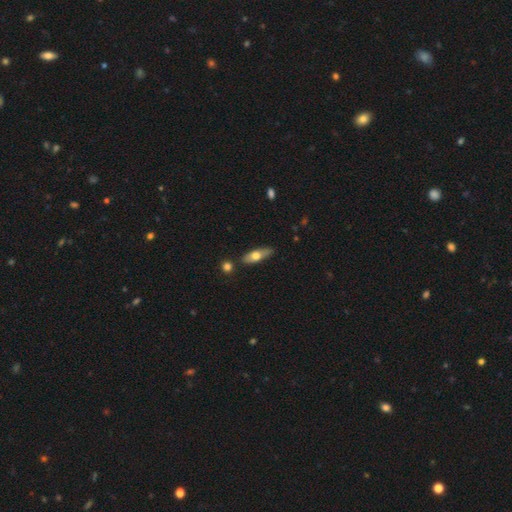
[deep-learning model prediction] Smooth or featured? smooth (59%)
How rounded? in between (59%)
Merging? none (77%)